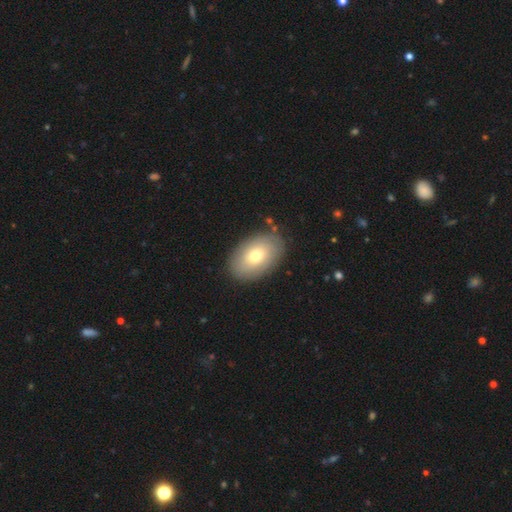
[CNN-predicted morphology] type=smooth (73%); roundness=in between (90%); merging=none (85%).